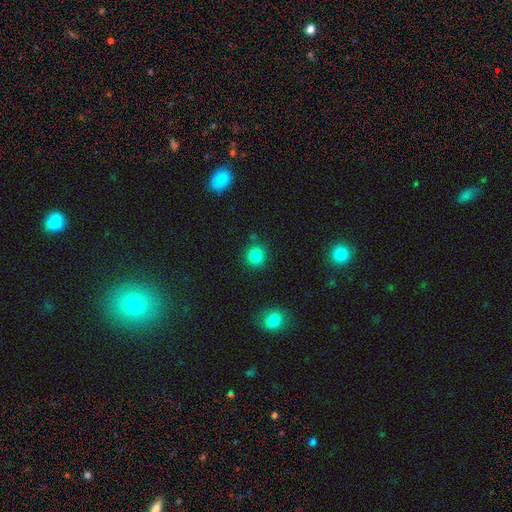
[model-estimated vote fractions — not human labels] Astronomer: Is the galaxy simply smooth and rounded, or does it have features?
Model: smooth — 84%.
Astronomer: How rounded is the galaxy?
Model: round — 89%.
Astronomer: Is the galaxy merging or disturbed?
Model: none — 85%.